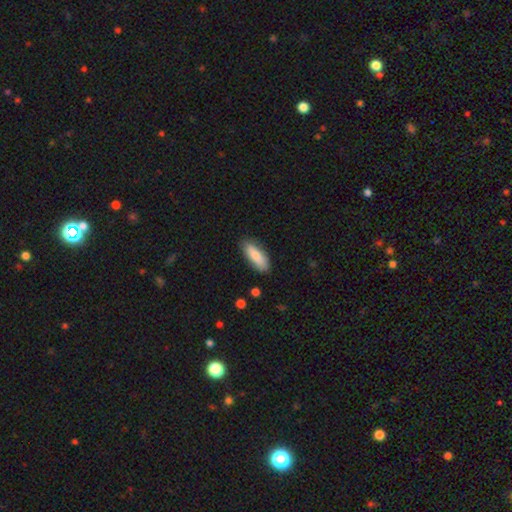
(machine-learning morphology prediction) smooth-or-featured: smooth: 81% | featured or disk: 13% | star or artifact: 6%
  how-rounded: in between: 67% | cigar-shaped: 31% | round: 2%
  merging: none: 82% | minor disturbance: 14% | major disturbance: 3% | merger: 2%